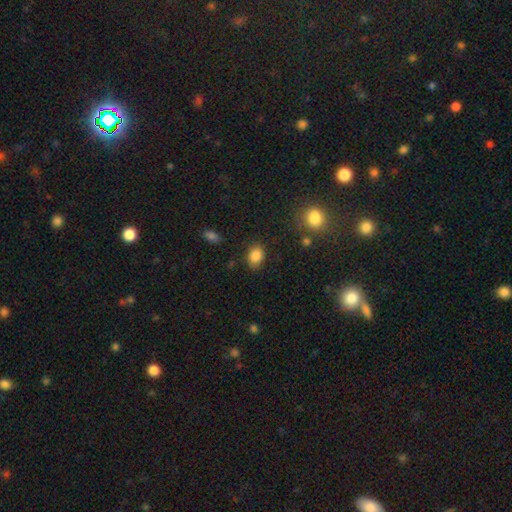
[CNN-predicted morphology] A smooth galaxy with no disk features (85%) that is in between round and cigar-shaped (63%). Merging: none (82%).